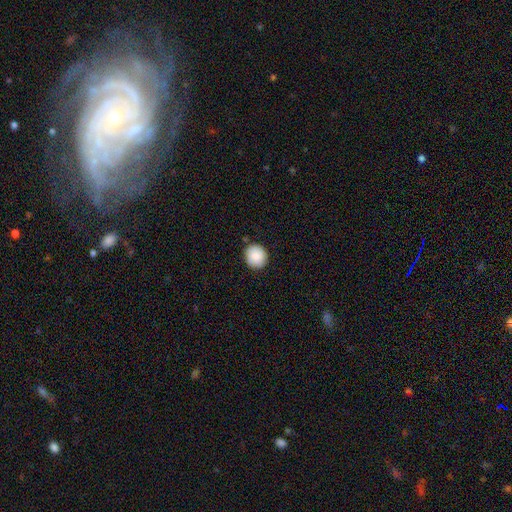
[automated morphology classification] A smooth galaxy with no disk features (87%) that is round (87%). Merging: none (86%).